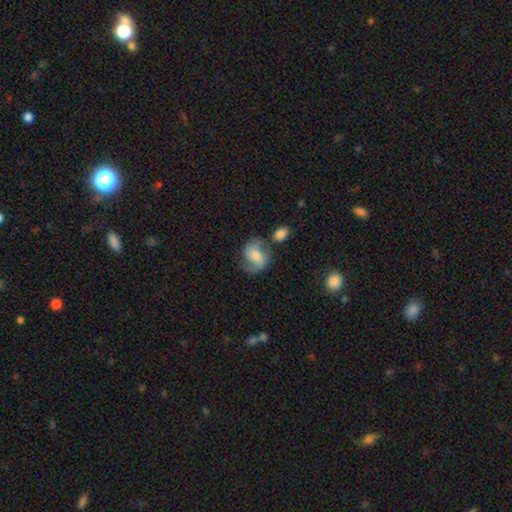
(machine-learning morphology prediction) A featured or disk galaxy (51%). Merging: none (52%).